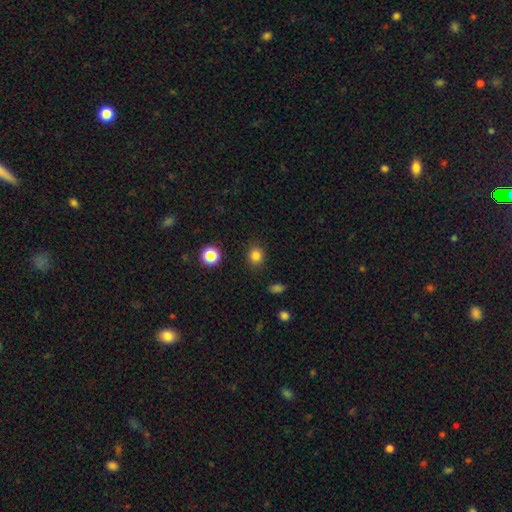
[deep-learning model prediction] smooth_or_featured: smooth (p=0.82) [alt: star or artifact p=0.14]
how_rounded: round (p=0.73) [alt: in between p=0.26]
merging: none (p=0.87) [alt: minor disturbance p=0.09]